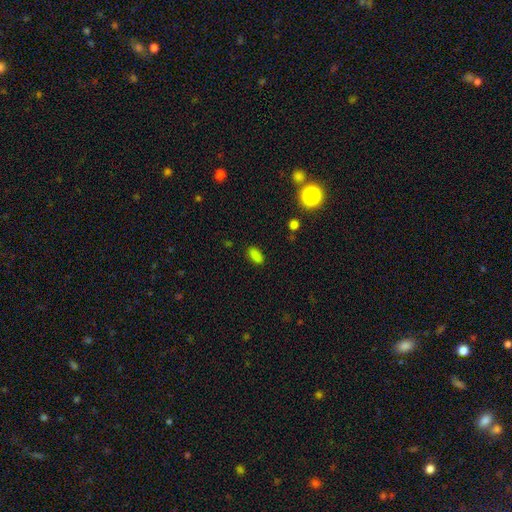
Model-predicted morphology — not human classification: A smooth galaxy with no disk features (84%) that is in between round and cigar-shaped (87%). Merging: none (85%).